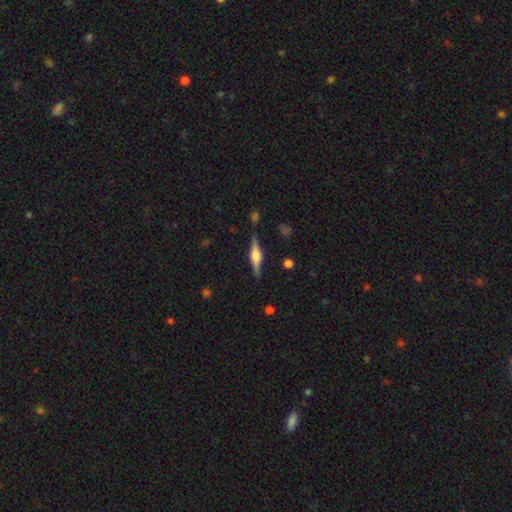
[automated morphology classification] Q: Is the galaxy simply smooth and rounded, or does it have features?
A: featured or disk — 74%.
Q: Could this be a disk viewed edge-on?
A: yes — 98%.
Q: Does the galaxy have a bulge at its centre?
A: rounded — 79%.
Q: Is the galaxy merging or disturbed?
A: none — 87%.